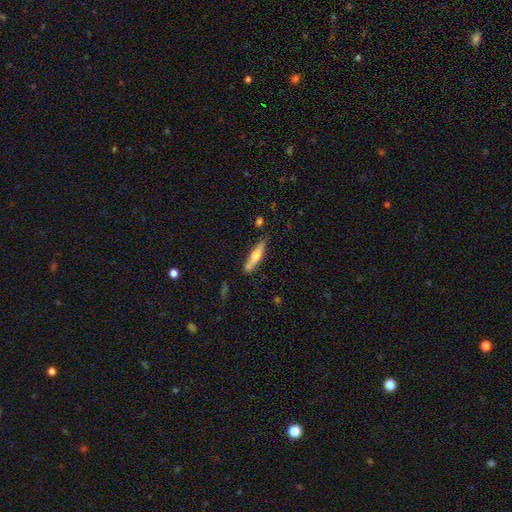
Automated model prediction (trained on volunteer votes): Smooth or featured? smooth (55%)
How rounded? cigar-shaped (80%)
Merging? none (75%)